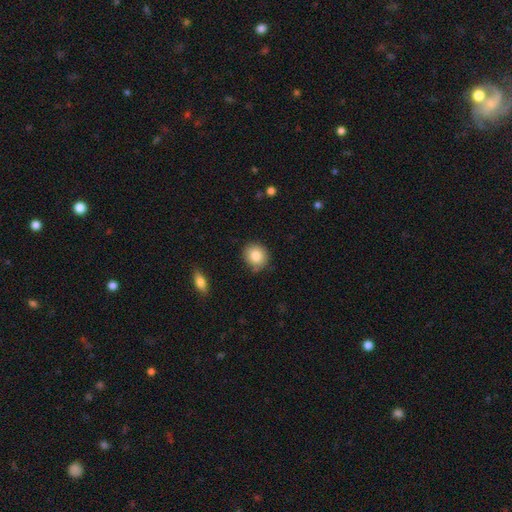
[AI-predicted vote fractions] The model was most divided on "merging": none: 80%, minor disturbance: 14%, merger: 3%, major disturbance: 3%. More confident: how rounded — round (83%); smooth or featured — smooth (83%).